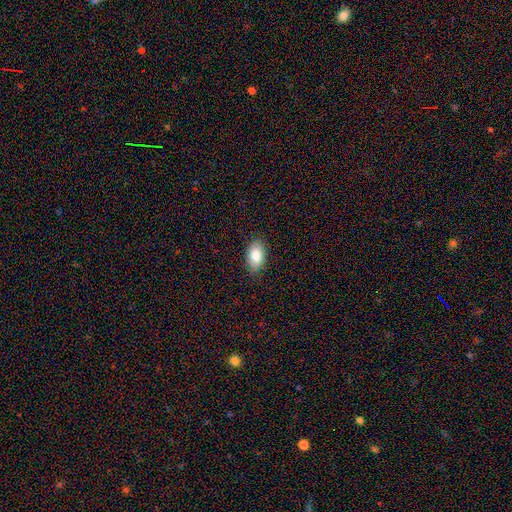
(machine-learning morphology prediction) Smooth or featured? smooth (84%)
How rounded? in between (93%)
Merging? none (85%)